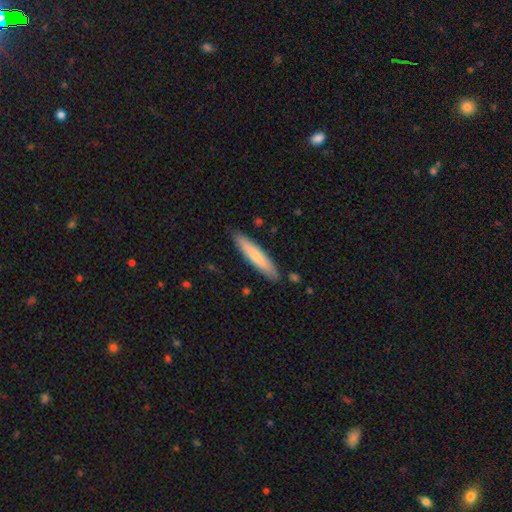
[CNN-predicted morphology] smooth-or-featured: smooth: 72% | featured or disk: 23% | star or artifact: 5%
  how-rounded: cigar-shaped: 87% | in between: 11% | round: 1%
  merging: none: 87% | minor disturbance: 10% | merger: 2% | major disturbance: 2%